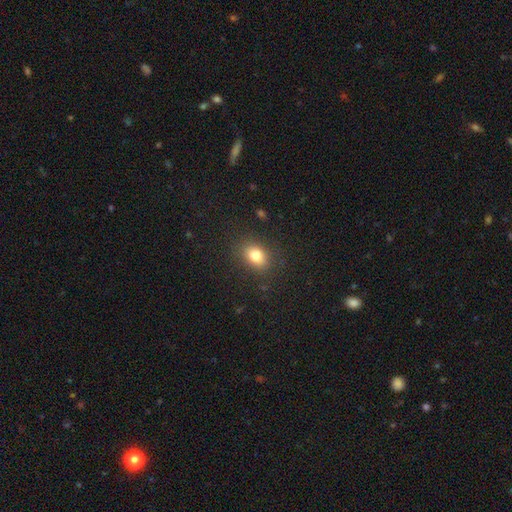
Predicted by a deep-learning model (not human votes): Q: Smooth or featured?
A: smooth (81%); runner-up: star or artifact (11%)
Q: How rounded?
A: in between (69%); runner-up: round (30%)
Q: Merging?
A: none (84%); runner-up: minor disturbance (11%)